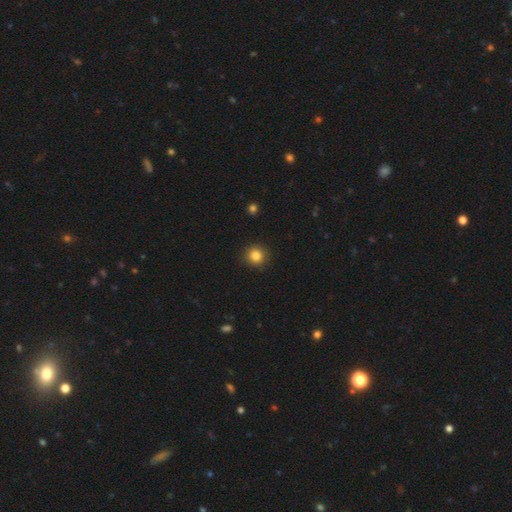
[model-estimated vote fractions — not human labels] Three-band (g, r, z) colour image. It shows a smooth galaxy with no disk features (84%) that is round (93%). Merging: none (92%).